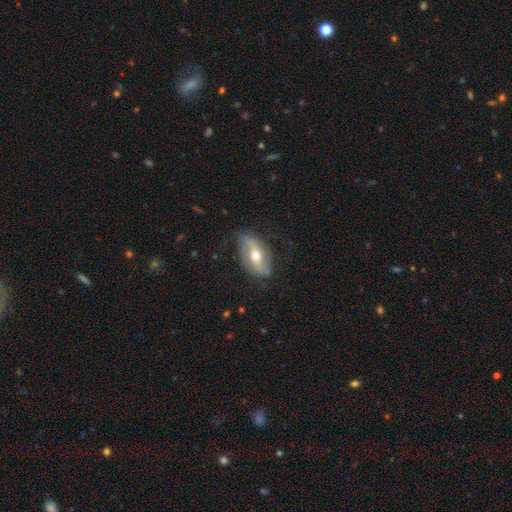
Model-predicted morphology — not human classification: Smooth or featured?
  - featured or disk: 67% *
  - smooth: 27%
  - star or artifact: 6%
Edge-on disk?
  - no: 82% *
  - yes: 18%
Bar?
  - strong: 39% *
  - weak: 31%
  - no: 30%
Spiral arms?
  - yes: 68% *
  - no: 32%
Bulge size?
  - moderate: 73% *
  - small: 20%
  - large: 5%
  - dominant: 1%
  - none: 1%
Merging?
  - none: 71% *
  - minor disturbance: 21%
  - major disturbance: 6%
  - merger: 1%